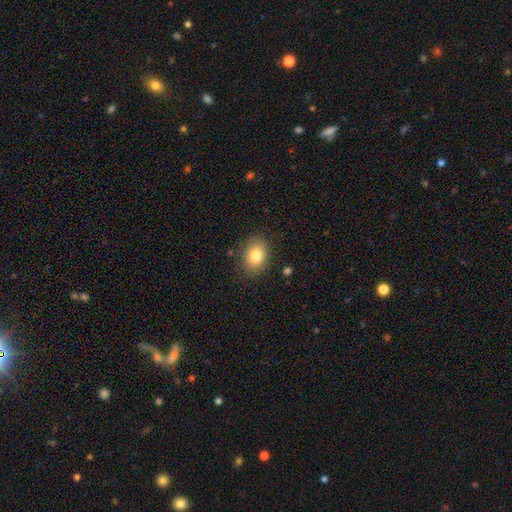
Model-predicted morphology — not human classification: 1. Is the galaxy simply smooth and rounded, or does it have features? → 81% smooth, 10% featured or disk, 9% star or artifact.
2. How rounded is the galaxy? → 63% in between, 36% round, 1% cigar-shaped.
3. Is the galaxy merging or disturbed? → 84% none, 11% minor disturbance, 3% major disturbance, 2% merger.